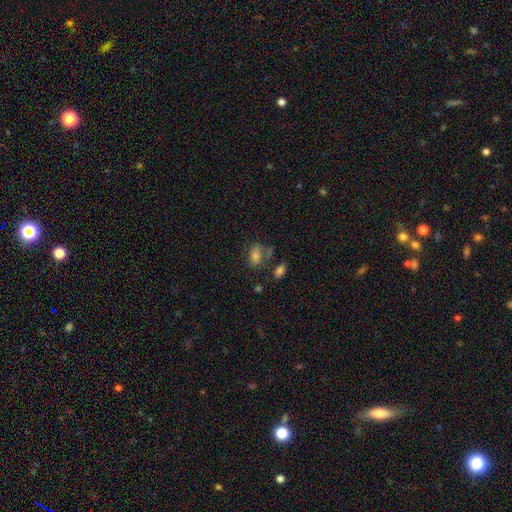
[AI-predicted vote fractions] This is likely a smooth galaxy (60%). How rounded: likely in between (79%). Merging: possibly none (52%).